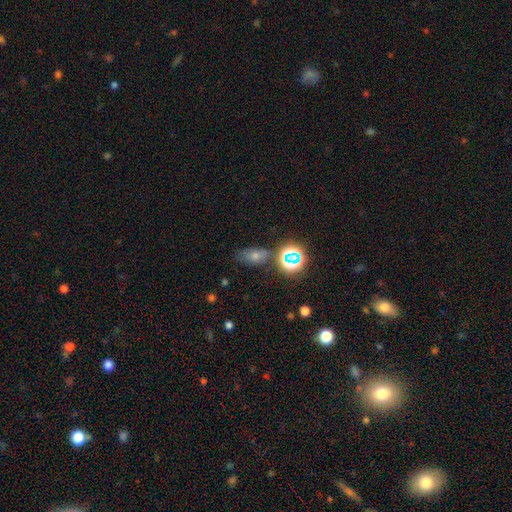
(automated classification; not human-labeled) smooth-or-featured: star or artifact: 45% | smooth: 41% | featured or disk: 14%